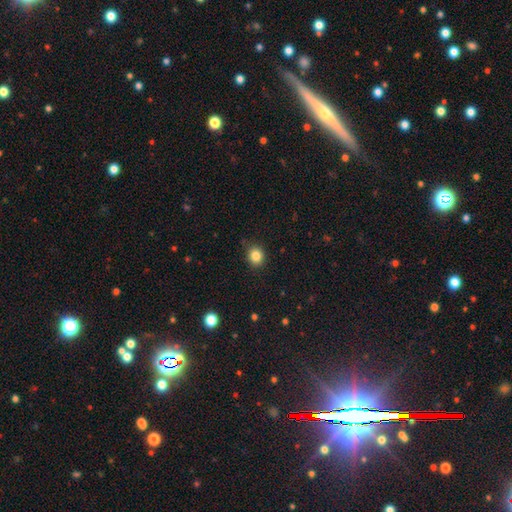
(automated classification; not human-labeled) Smooth or featured?
  - smooth: 85% *
  - star or artifact: 11%
  - featured or disk: 4%
How rounded?
  - round: 74% *
  - in between: 25%
  - cigar-shaped: 1%
Merging?
  - none: 86% *
  - minor disturbance: 11%
  - major disturbance: 2%
  - merger: 1%